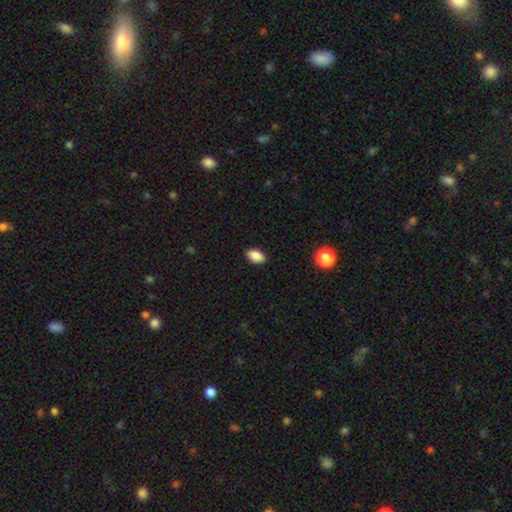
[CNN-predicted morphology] Smooth or featured: smooth — 88% (star or artifact — 8%)
How rounded: in between — 89% (round — 9%)
Merging: none — 88% (minor disturbance — 9%)